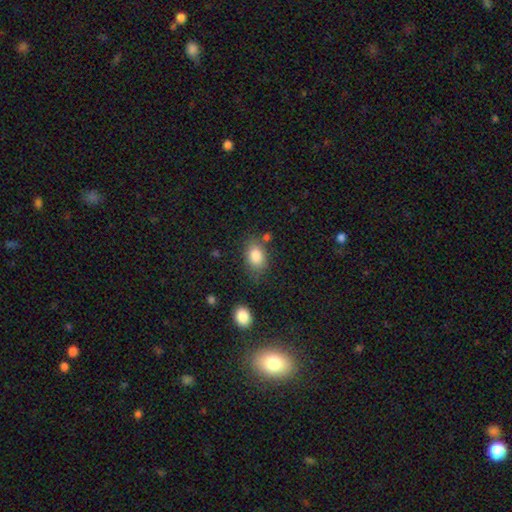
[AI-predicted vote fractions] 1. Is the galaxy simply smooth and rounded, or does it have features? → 85% smooth, 8% star or artifact, 6% featured or disk.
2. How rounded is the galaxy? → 80% in between, 18% round, 1% cigar-shaped.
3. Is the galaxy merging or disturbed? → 69% none, 19% minor disturbance, 6% merger, 6% major disturbance.